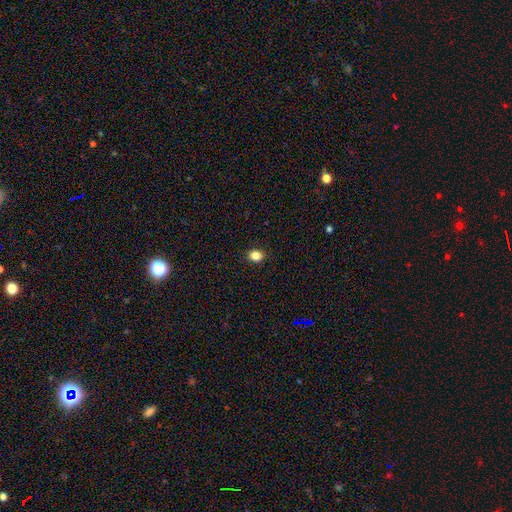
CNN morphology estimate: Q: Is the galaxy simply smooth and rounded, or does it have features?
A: smooth — 84%.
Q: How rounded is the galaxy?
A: round — 56%.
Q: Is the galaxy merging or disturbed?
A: none — 91%.